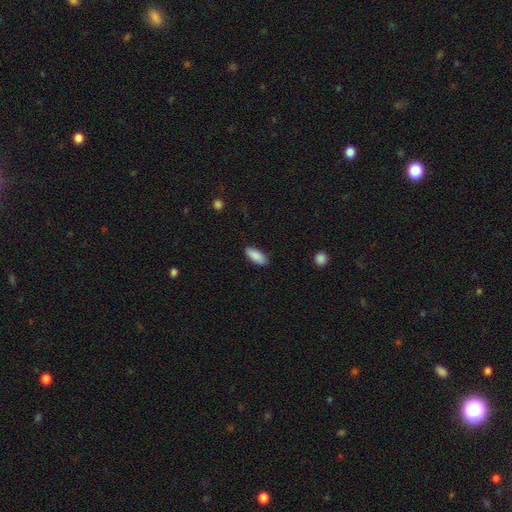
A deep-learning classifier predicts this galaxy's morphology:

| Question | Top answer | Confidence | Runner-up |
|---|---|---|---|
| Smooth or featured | smooth | 89% | star or artifact (6%) |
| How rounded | in between | 85% | cigar-shaped (13%) |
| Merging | none | 86% | minor disturbance (11%) |